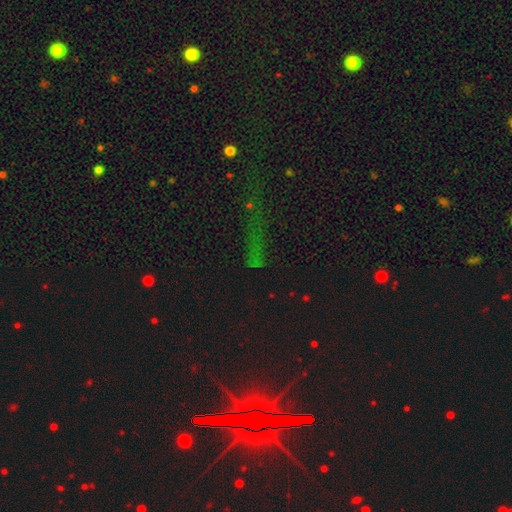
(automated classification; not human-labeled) Morphology: type=star or artifact (70%).